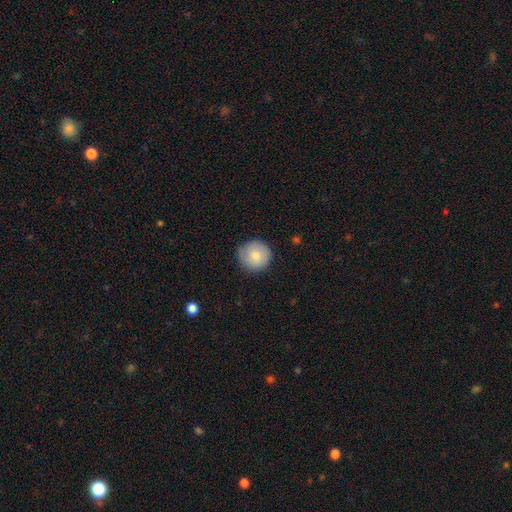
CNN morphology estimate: Smooth or featured: smooth — 80% (featured or disk — 13%)
How rounded: round — 95% (in between — 4%)
Merging: none — 80% (minor disturbance — 16%)